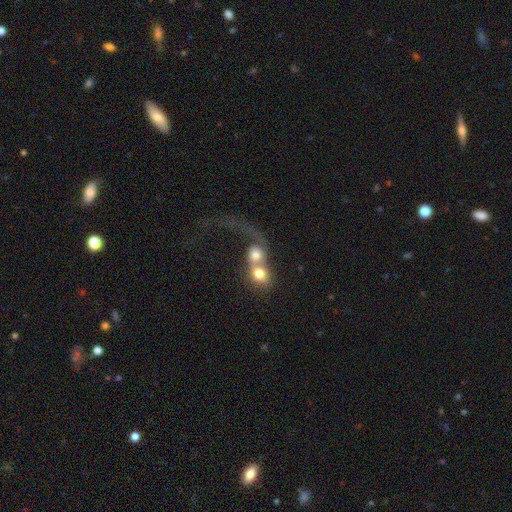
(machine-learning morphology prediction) Q: Smooth or featured?
A: smooth (58%); runner-up: featured or disk (32%)
Q: How rounded?
A: round (73%); runner-up: in between (25%)
Q: Merging?
A: merger (75%); runner-up: major disturbance (11%)